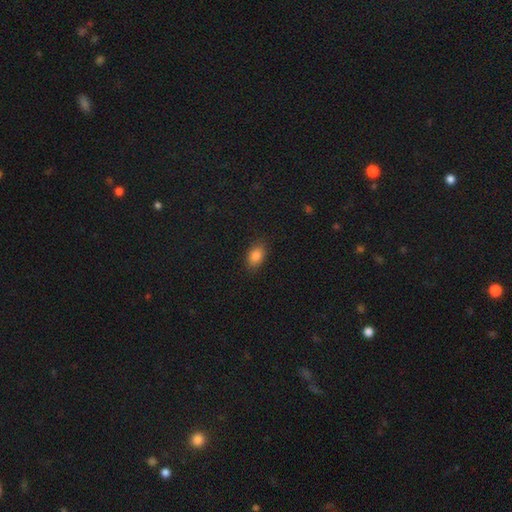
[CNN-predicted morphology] Q: Smooth or featured?
A: smooth (86%); runner-up: star or artifact (9%)
Q: How rounded?
A: in between (86%); runner-up: round (11%)
Q: Merging?
A: none (86%); runner-up: minor disturbance (11%)